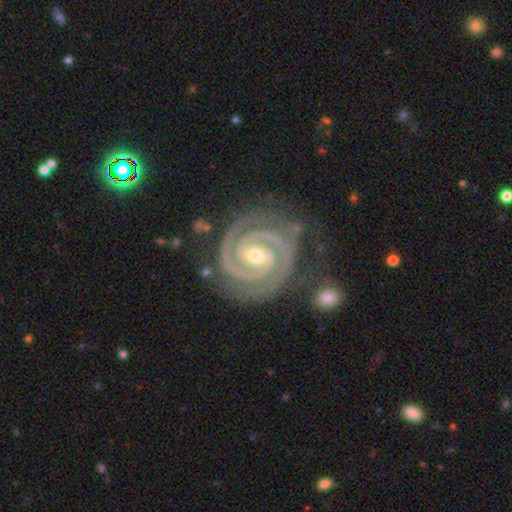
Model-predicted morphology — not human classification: A featured or disk galaxy (94%) with a weak bar (37%), 2 (87%) tight (86%) spiral arms (99%) and a small central bulge (54%). Merging: none (78%).